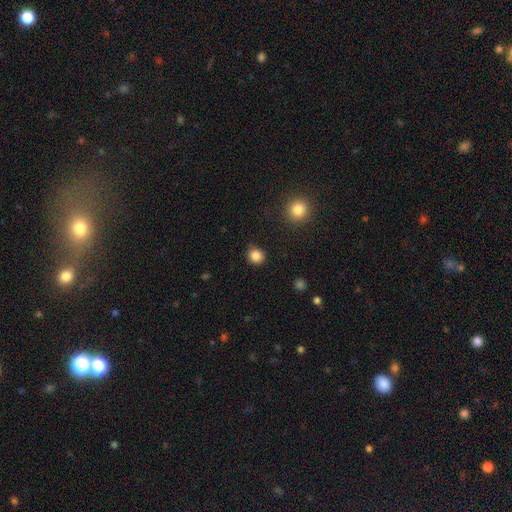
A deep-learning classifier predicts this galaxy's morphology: Smooth or featured? smooth (85%)
How rounded? round (87%)
Merging? none (89%)